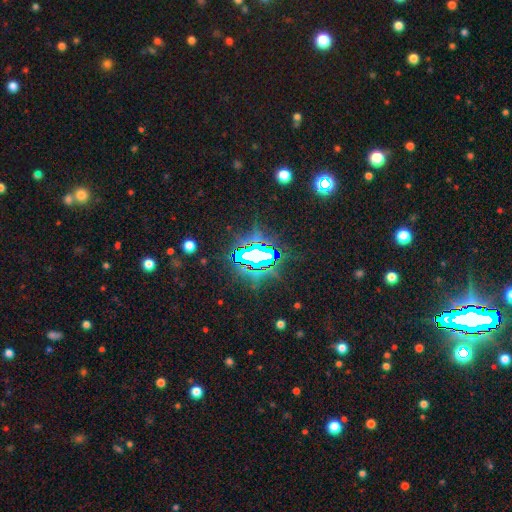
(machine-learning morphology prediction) smooth_or_featured: star or artifact (p=0.79) [alt: smooth p=0.11]